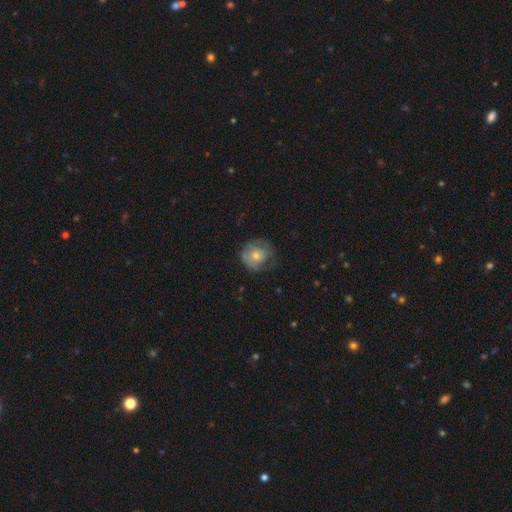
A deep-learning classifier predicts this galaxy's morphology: smooth 59%, featured or disk 33%, star or artifact 7%. Down the decision tree: how rounded — round (84%); merging — none (56%).